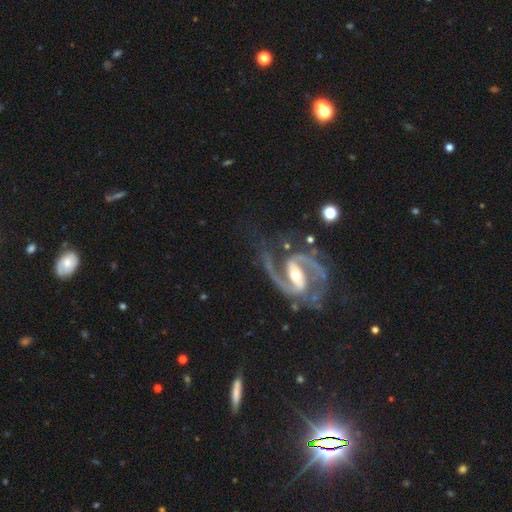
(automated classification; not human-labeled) A featured or disk galaxy (91%) with a strong bar (46%), 2 (90%) medium (58%) spiral arms (98%) and a moderate central bulge (53%).

Vote fractions:
- Smooth or featured? featured or disk: 91% / star or artifact: 6% / smooth: 3%
- Edge-on disk? no: 97% / yes: 3%
- Bar? strong: 46% / weak: 39% / no: 15%
- Spiral arms? yes: 98% / no: 2%
- Spiral winding? medium: 58% / loose: 22% / tight: 21%
- Spiral arm count? 2: 90% / 3: 3% / can't tell: 2% / 1: 2% / 4: 1% / more than 4: 1%
- Bulge size? moderate: 53% / small: 40% / large: 4% / none: 2% / dominant: 1%
- Merging? none: 60% / minor disturbance: 19% / major disturbance: 17% / merger: 4%